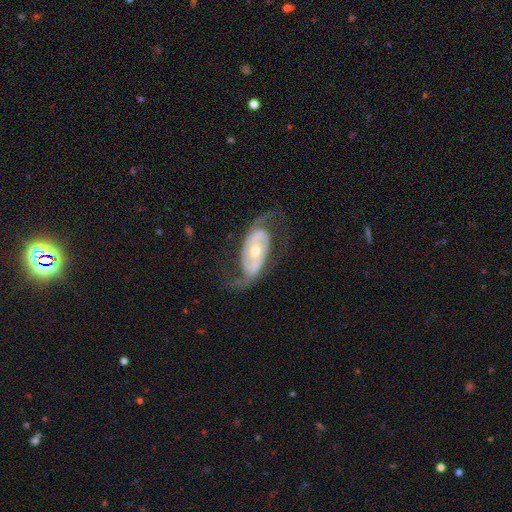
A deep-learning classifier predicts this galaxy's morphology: Smooth or featured? featured or disk (87%)
Edge-on disk? no (95%)
Bar? no (54%)
Spiral arms? yes (95%)
Spiral winding? medium (48%)
Spiral arm count? 2 (91%)
Bulge size? small (52%)
Merging? none (74%)